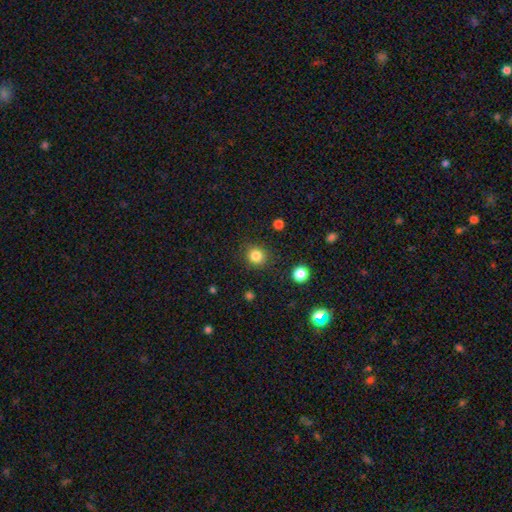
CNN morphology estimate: The model was most divided on "smooth or featured": smooth: 83%, star or artifact: 12%, featured or disk: 5%. More confident: how rounded — round (89%); merging — none (88%).